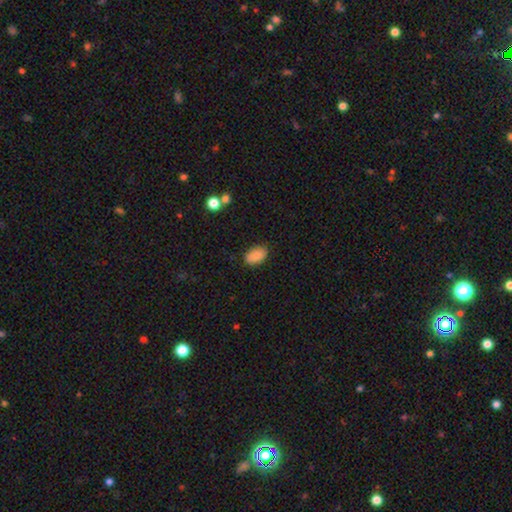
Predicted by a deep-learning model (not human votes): smooth-or-featured: smooth: 86% | star or artifact: 8% | featured or disk: 6%
  how-rounded: in between: 91% | round: 7% | cigar-shaped: 2%
  merging: none: 83% | minor disturbance: 13% | major disturbance: 3% | merger: 2%